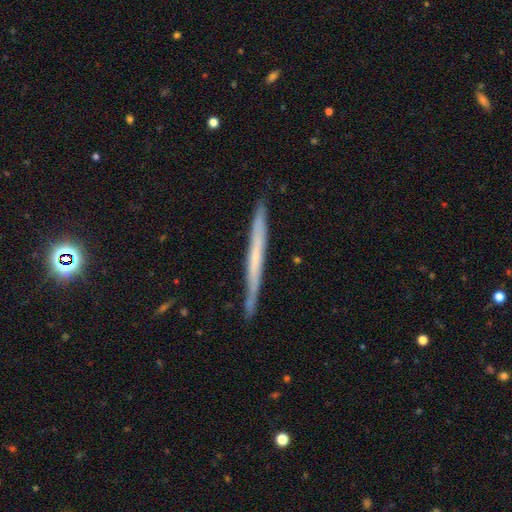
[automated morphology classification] Q: Smooth or featured?
A: featured or disk (54%); runner-up: smooth (39%)
Q: Edge-on disk?
A: yes (96%); runner-up: no (4%)
Q: Edge-on bulge?
A: none (86%); runner-up: rounded (9%)
Q: Merging?
A: none (86%); runner-up: minor disturbance (11%)